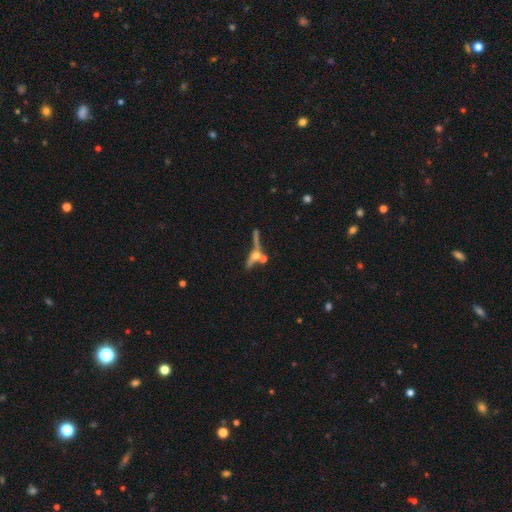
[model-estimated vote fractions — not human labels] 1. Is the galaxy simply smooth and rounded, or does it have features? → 60% featured or disk, 27% smooth, 12% star or artifact.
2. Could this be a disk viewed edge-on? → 78% yes, 22% no.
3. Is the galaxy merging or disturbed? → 46% none, 31% merger, 14% minor disturbance, 10% major disturbance.